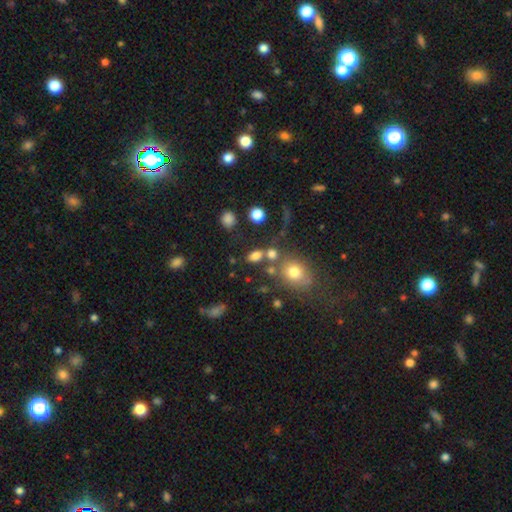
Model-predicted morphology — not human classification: A smooth galaxy with no disk features (77%) that is in between round and cigar-shaped (74%). Merging: none (57%).